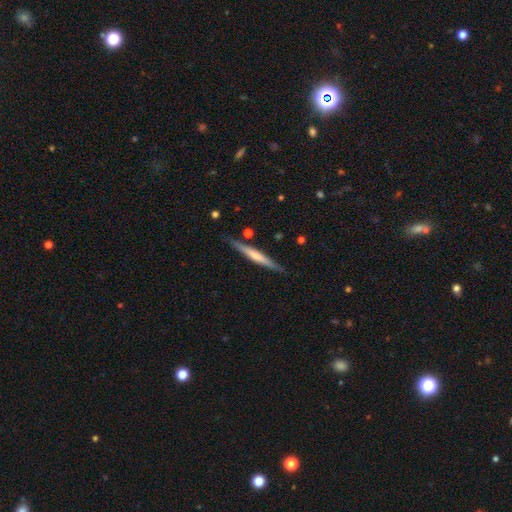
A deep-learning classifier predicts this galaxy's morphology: Smooth or featured? Predicted: featured or disk (p=0.53). Edge-on disk? Predicted: yes (p=0.97). Edge-on bulge? Predicted: none (p=0.49). Merging? Predicted: none (p=0.86).